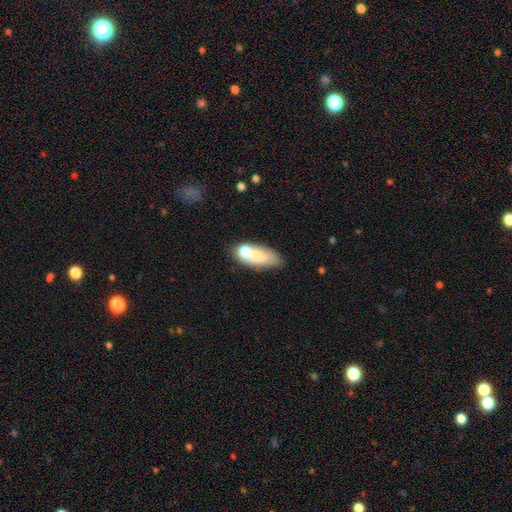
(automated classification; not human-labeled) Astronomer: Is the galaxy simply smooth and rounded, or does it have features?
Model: smooth — 63%.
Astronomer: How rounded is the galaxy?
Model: in between — 80%.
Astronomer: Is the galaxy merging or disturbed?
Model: none — 41% (runner-up: merger, 35%).